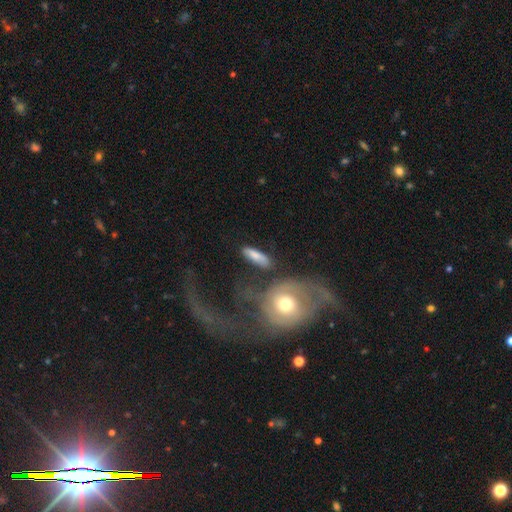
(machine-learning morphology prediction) smooth_or_featured: smooth (p=0.72) [alt: featured or disk p=0.21]
how_rounded: cigar-shaped (p=0.54) [alt: in between p=0.41]
merging: none (p=0.66) [alt: minor disturbance p=0.16]